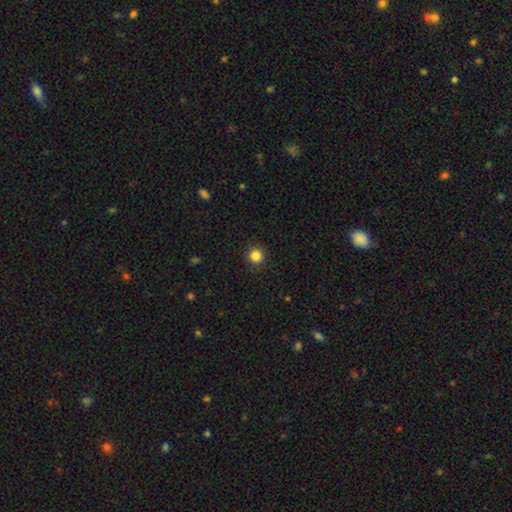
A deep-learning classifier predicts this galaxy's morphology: A smooth galaxy with no disk features (85%) that is round (95%). Merging: none (92%).